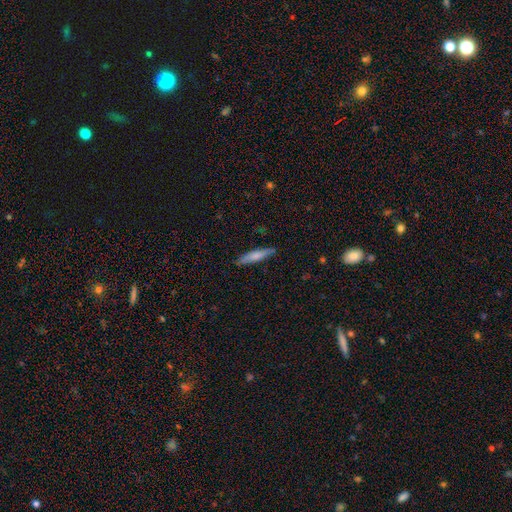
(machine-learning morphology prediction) type=smooth (69%); roundness=cigar-shaped (89%); merging=none (86%).